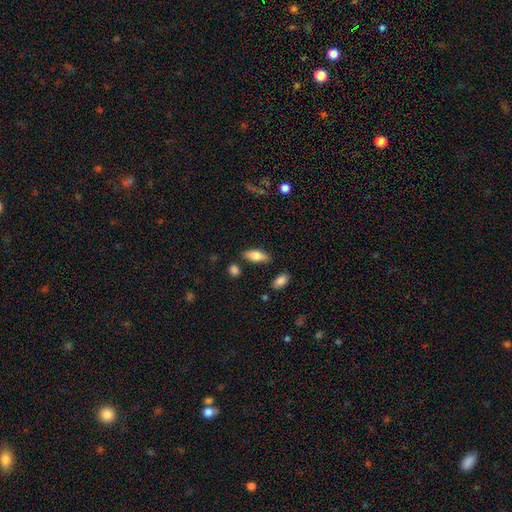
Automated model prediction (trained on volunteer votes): The model was most divided on "smooth or featured": smooth: 75%, featured or disk: 18%, star or artifact: 7%. More confident: merging — none (80%); how rounded — in between (77%).